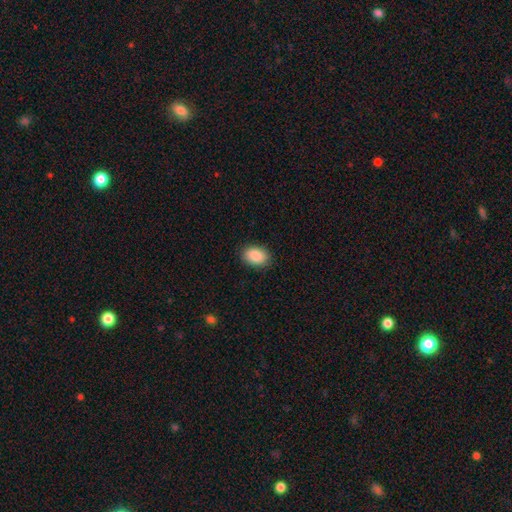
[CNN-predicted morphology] Overall: smooth (89%). How rounded: in between (85%). Merging: none (88%).